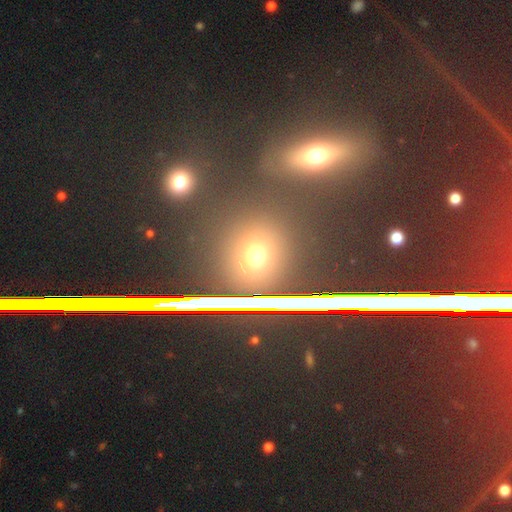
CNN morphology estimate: Smooth or featured? smooth (60%)
How rounded? round (74%)
Merging? none (81%)